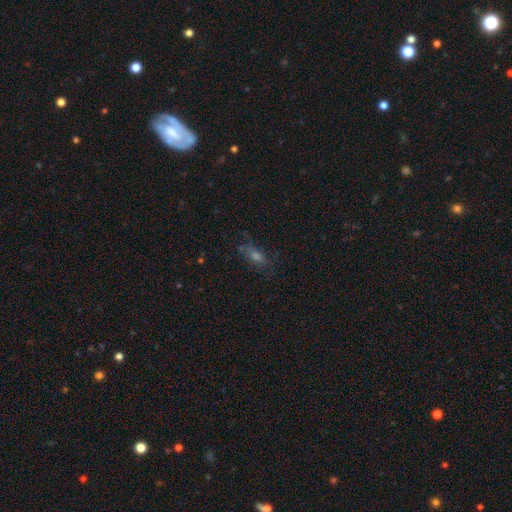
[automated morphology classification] Smooth or featured: smooth — 49% (star or artifact — 28%)
Merging: none — 71% (minor disturbance — 18%)